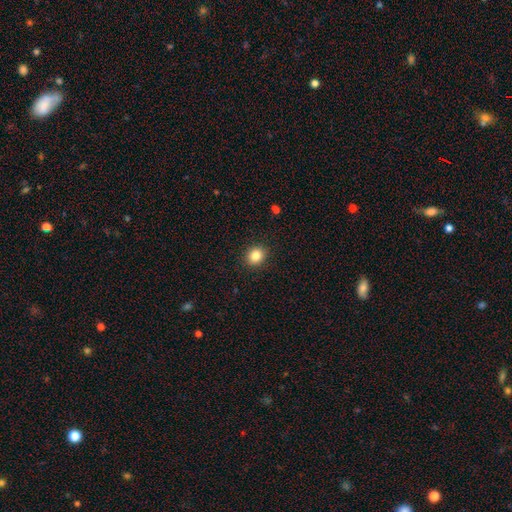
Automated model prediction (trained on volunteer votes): A smooth galaxy with no disk features (84%) that is round (72%). Merging: none (91%).